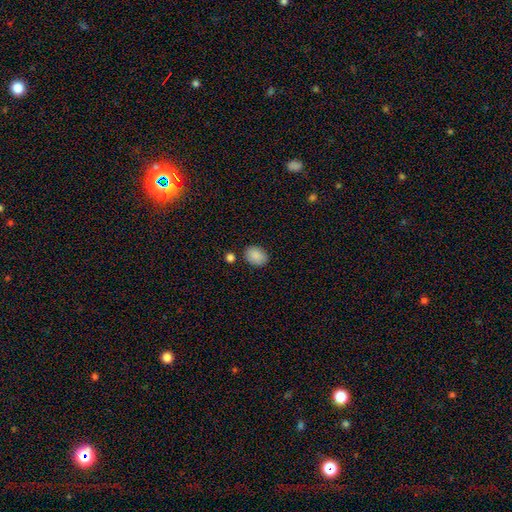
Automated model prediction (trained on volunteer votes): The model was most divided on "how rounded": in between: 67%, round: 32%, cigar-shaped: 1%. More confident: smooth or featured — smooth (88%); merging — none (82%).